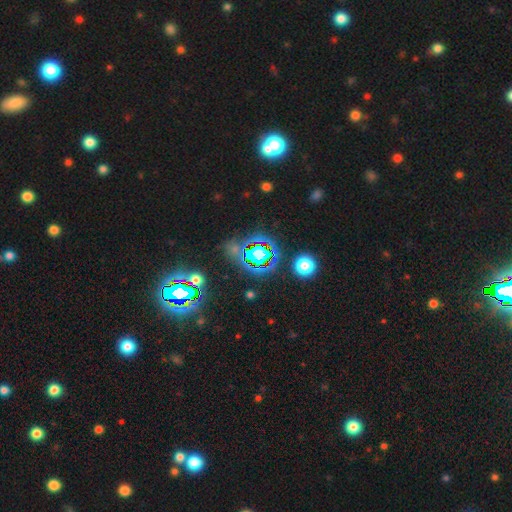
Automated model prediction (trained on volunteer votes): This appears to be a star or artifact, not a galaxy (81%).